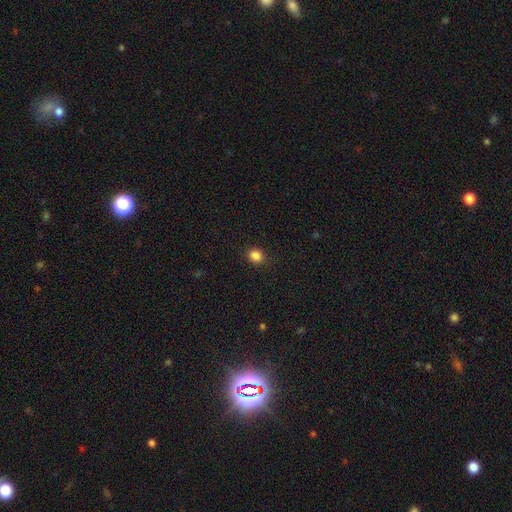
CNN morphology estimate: smooth-or-featured: smooth: 85% | star or artifact: 12% | featured or disk: 3%
  how-rounded: round: 68% | in between: 31% | cigar-shaped: 1%
  merging: none: 87% | minor disturbance: 9% | major disturbance: 3% | merger: 1%